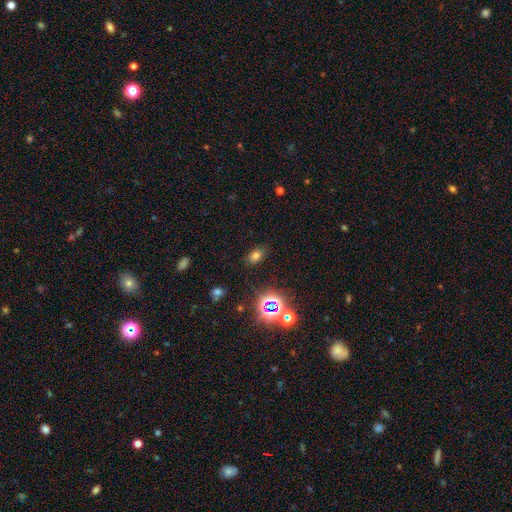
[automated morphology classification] Smooth or featured? smooth (67%)
How rounded? in between (79%)
Merging? none (84%)